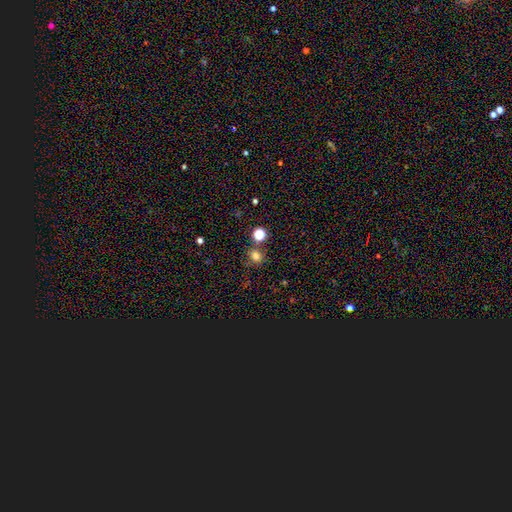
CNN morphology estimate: This appears to be a smooth galaxy with no disk features (75%) that is round (79%). Merging: none (73%).